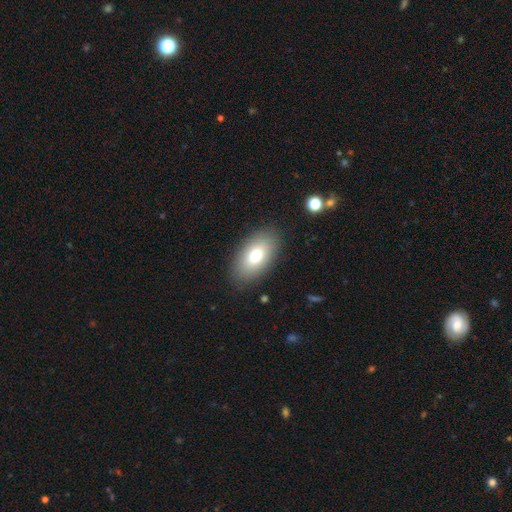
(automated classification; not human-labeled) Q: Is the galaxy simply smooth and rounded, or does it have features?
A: smooth — 77%.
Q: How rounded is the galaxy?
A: in between — 93%.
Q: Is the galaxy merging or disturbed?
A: none — 87%.